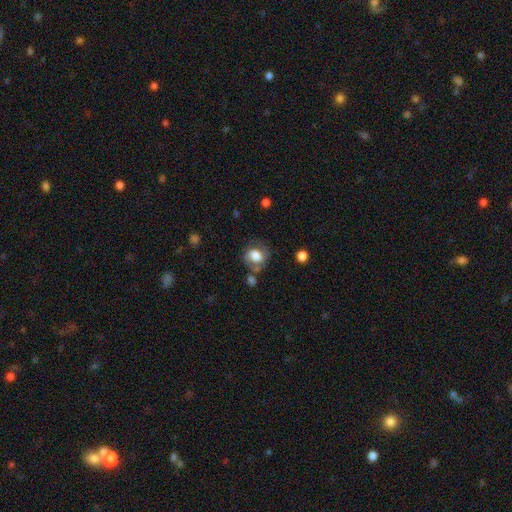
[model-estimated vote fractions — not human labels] This appears to be a smooth galaxy with no disk features (61%) that is round (63%). Merging: none (56%).